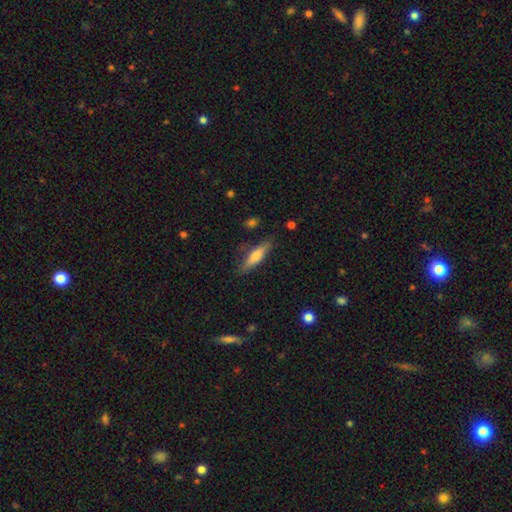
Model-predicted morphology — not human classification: This is likely a smooth galaxy (64%). How rounded: likely cigar-shaped (73%). Merging: clearly none (81%).